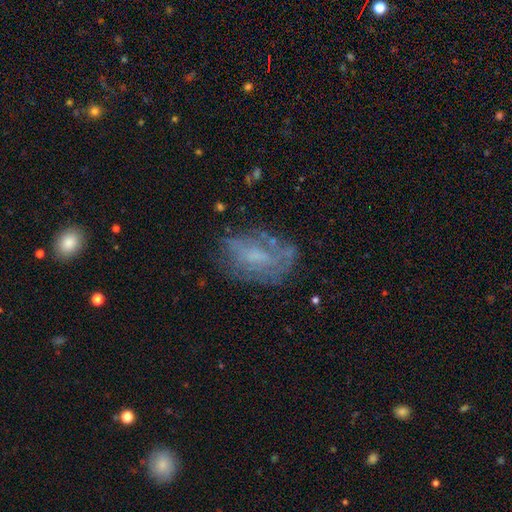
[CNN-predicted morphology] This is possibly a featured or disk galaxy (51%). It is clearly not viewed edge-on (94%). Merging: possibly none (59%).